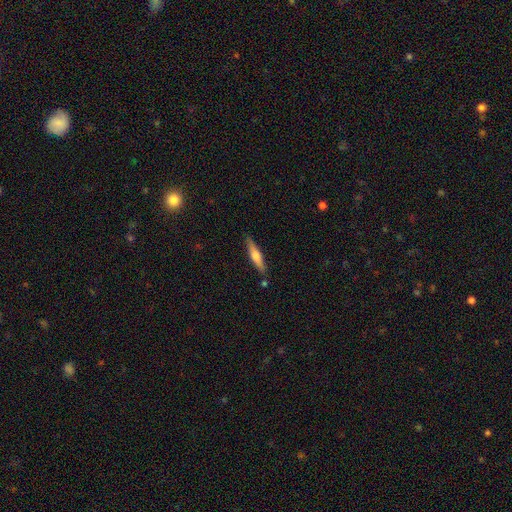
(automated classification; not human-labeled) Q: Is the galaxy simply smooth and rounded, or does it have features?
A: smooth — 50%.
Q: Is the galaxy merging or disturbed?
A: none — 84%.